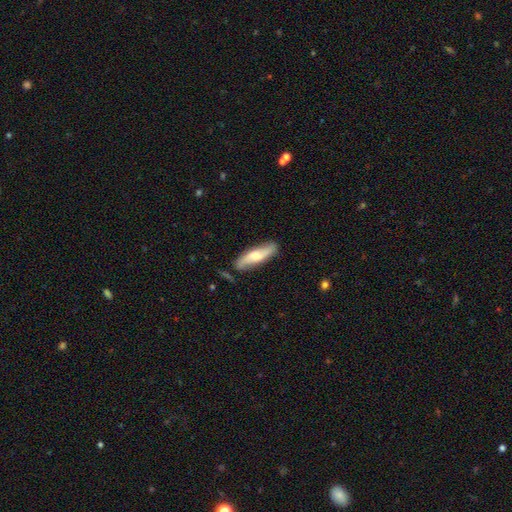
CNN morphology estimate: Smooth or featured? featured or disk (51%)
Edge-on disk? no (63%)
Merging? none (80%)